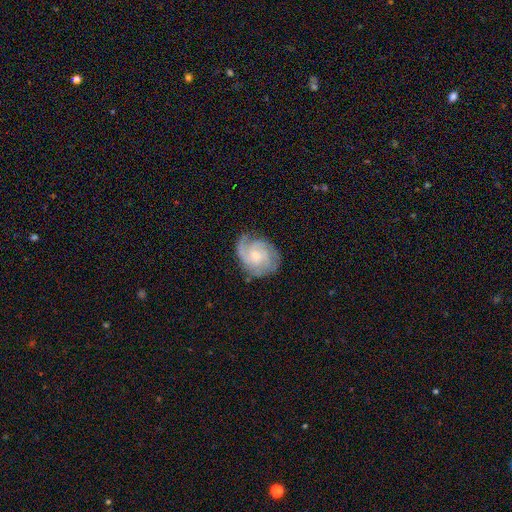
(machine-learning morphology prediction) A featured or disk galaxy (78%) with no bar (63%), 3 (32%) tight (48%) spiral arms (95%) and a moderate central bulge (47%). Merging: none (70%).